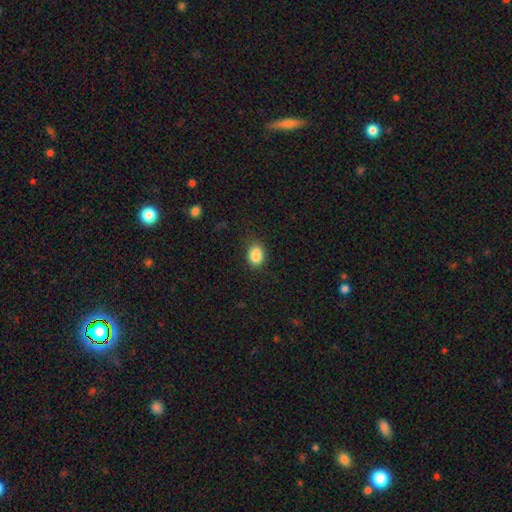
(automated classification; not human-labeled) The model was most divided on "how rounded": in between: 57%, round: 42%, cigar-shaped: 1%. More confident: smooth or featured — smooth (86%); merging — none (75%).